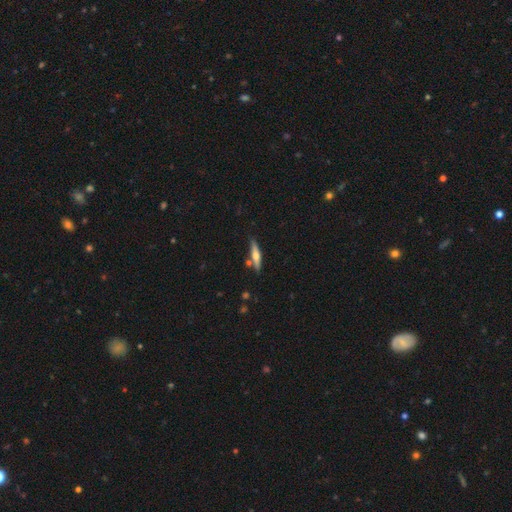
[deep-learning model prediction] Smooth or featured?
  - featured or disk: 53% *
  - smooth: 41%
  - star or artifact: 6%
Edge-on disk?
  - yes: 95% *
  - no: 5%
Merging?
  - none: 78% *
  - minor disturbance: 11%
  - merger: 8%
  - major disturbance: 2%